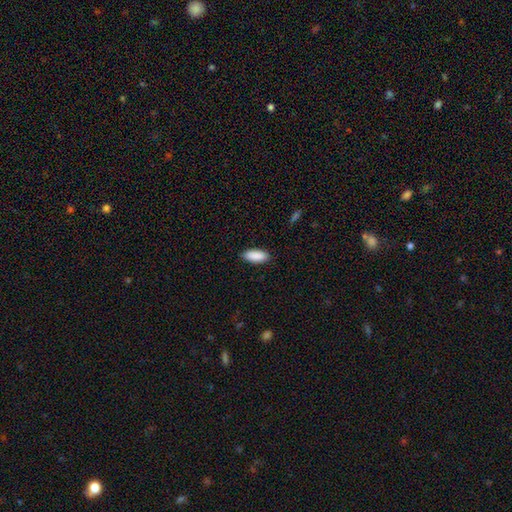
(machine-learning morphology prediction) Smooth or featured? smooth (91%)
How rounded? in between (84%)
Merging? none (88%)